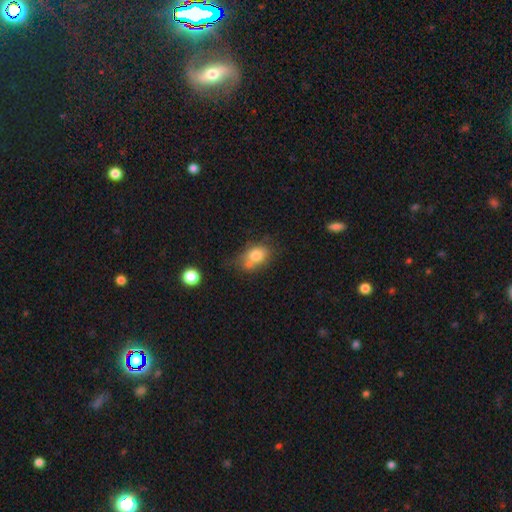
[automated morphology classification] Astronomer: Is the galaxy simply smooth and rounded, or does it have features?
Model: smooth — 78%.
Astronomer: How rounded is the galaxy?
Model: in between — 71%.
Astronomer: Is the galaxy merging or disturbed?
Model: none — 44% (runner-up: merger, 25%).